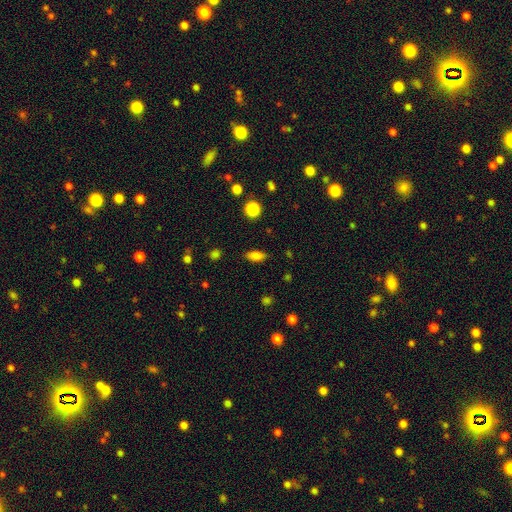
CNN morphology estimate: A smooth galaxy with no disk features (80%) that is in between round and cigar-shaped (82%).

Vote fractions:
- Smooth or featured? smooth: 80% / featured or disk: 10% / star or artifact: 10%
- How rounded? in between: 82% / cigar-shaped: 13% / round: 5%
- Merging? none: 85% / minor disturbance: 10% / major disturbance: 3% / merger: 1%